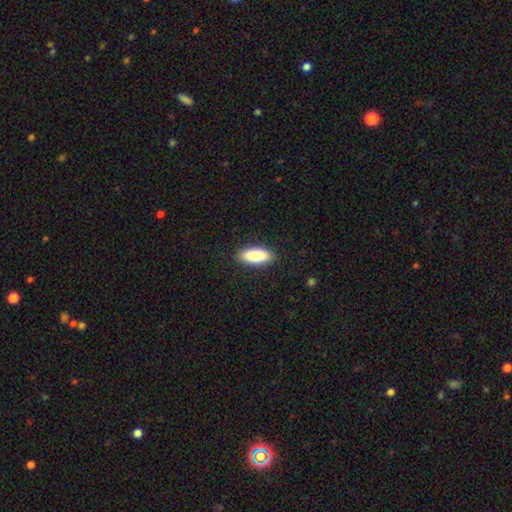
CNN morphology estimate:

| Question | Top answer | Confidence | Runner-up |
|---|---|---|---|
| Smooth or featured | smooth | 84% | featured or disk (10%) |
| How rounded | in between | 81% | cigar-shaped (16%) |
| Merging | none | 89% | minor disturbance (8%) |